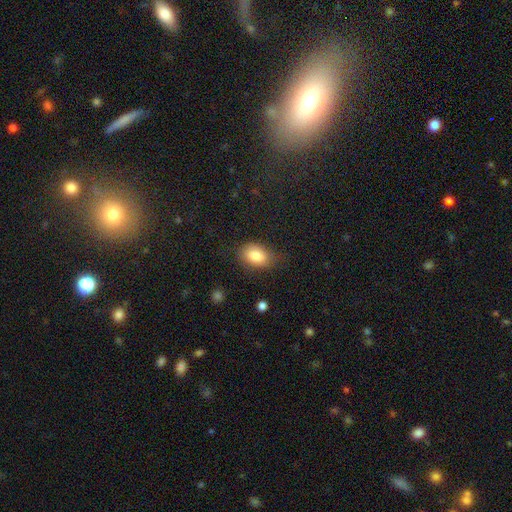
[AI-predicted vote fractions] A smooth galaxy with no disk features (84%) that is in between round and cigar-shaped (87%).

Vote fractions:
- Smooth or featured? smooth: 84% / featured or disk: 8% / star or artifact: 8%
- How rounded? in between: 87% / round: 12% / cigar-shaped: 2%
- Merging? none: 71% / minor disturbance: 21% / major disturbance: 6% / merger: 1%